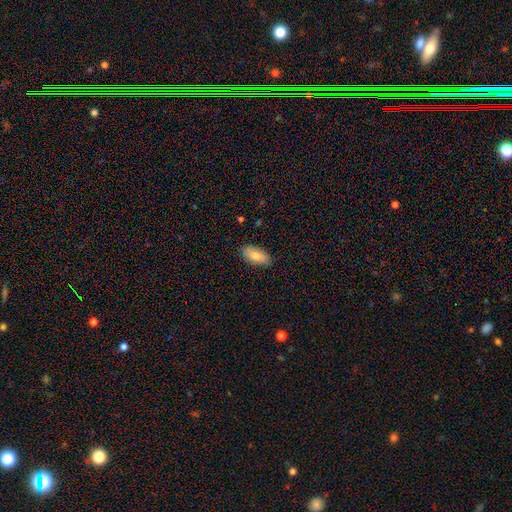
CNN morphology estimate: smooth 83%, featured or disk 11%, star or artifact 6%. Down the decision tree: how rounded — in between (91%); merging — none (85%).